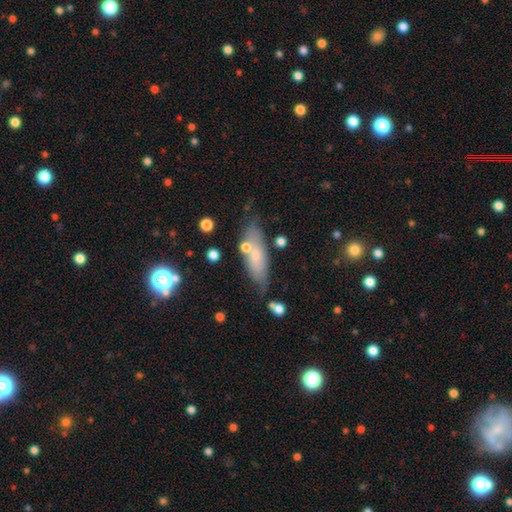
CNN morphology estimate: Overall: smooth (64%; featured or disk 27%). How rounded: in between (56%; cigar-shaped 41%). Merging: none (69%).